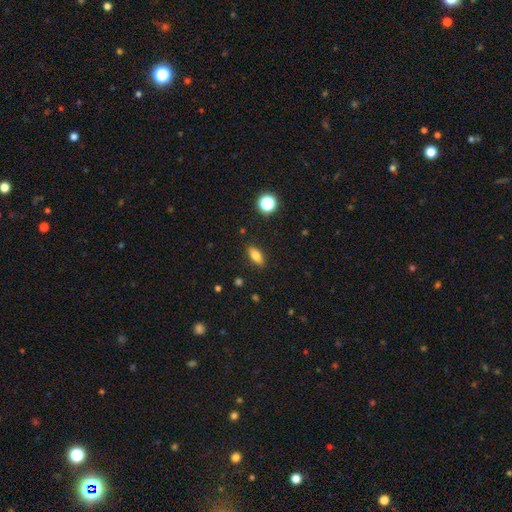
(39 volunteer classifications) A smooth galaxy with no disk features (77%) that is in between round and cigar-shaped (57%). Merging: none (85%).